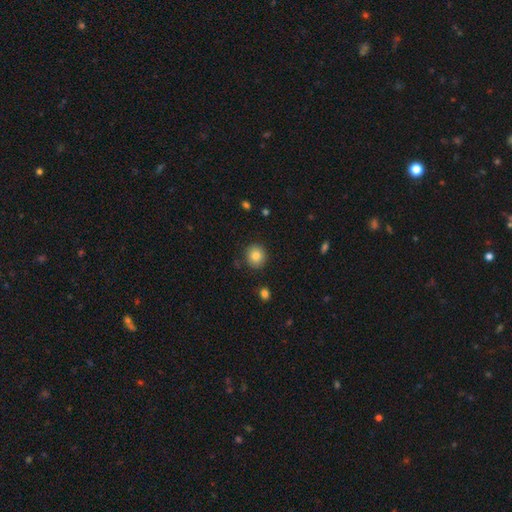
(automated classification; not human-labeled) Smooth or featured? Predicted: smooth (p=0.83). How rounded? Predicted: round (p=0.86). Merging? Predicted: none (p=0.88).